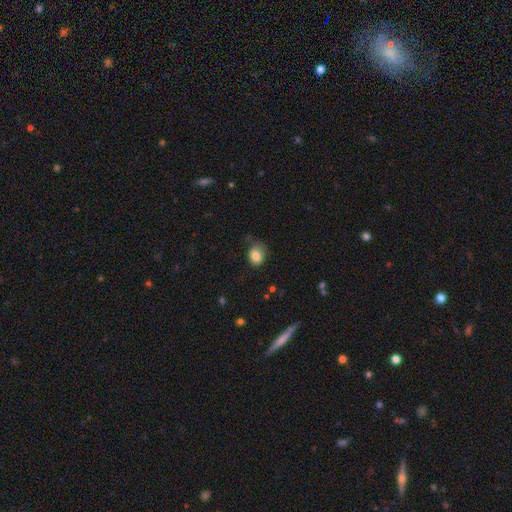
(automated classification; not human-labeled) Morphology: type=smooth (83%); roundness=in between (50%); merging=none (61%).